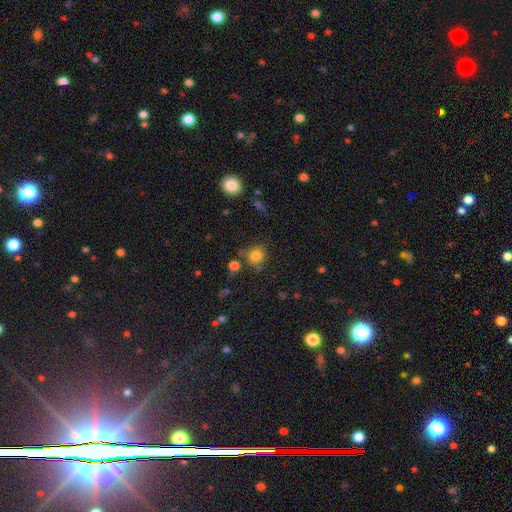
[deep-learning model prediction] smooth-or-featured: smooth: 81% | star or artifact: 13% | featured or disk: 6%
  how-rounded: round: 84% | in between: 15% | cigar-shaped: 1%
  merging: none: 72% | minor disturbance: 14% | merger: 9% | major disturbance: 5%